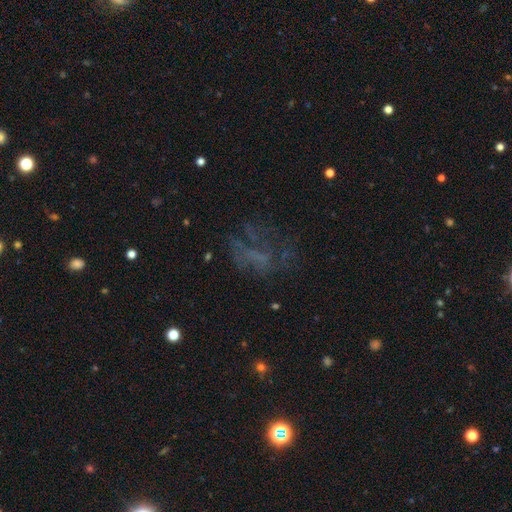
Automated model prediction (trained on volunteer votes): This is marginally a featured or disk galaxy (39%). Merging: possibly none (49%).